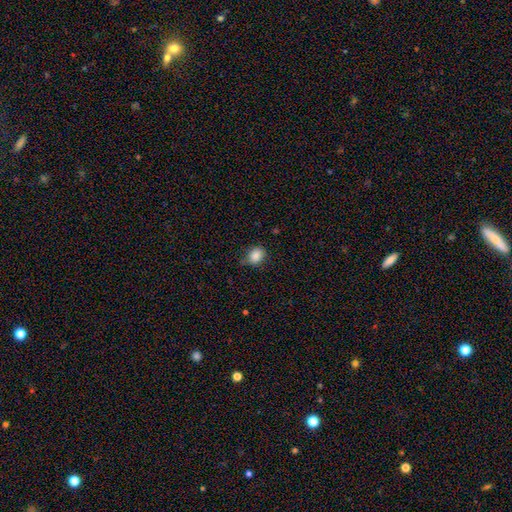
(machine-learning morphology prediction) Smooth or featured: smooth — 86% (star or artifact — 9%)
How rounded: round — 58% (in between — 41%)
Merging: none — 69% (minor disturbance — 24%)